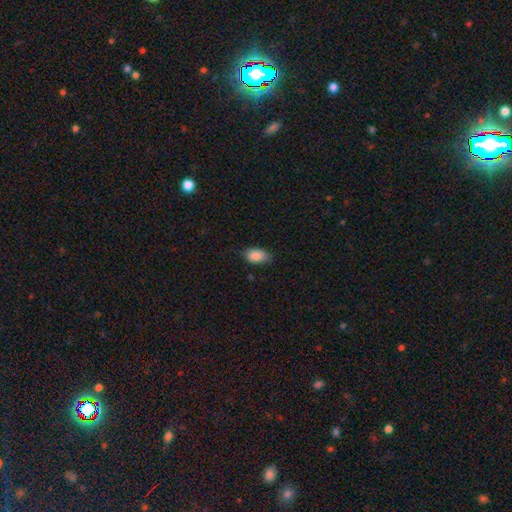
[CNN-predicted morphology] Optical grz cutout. It shows a smooth galaxy with no disk features (87%) that is in between round and cigar-shaped (90%). Merging: none (73%).